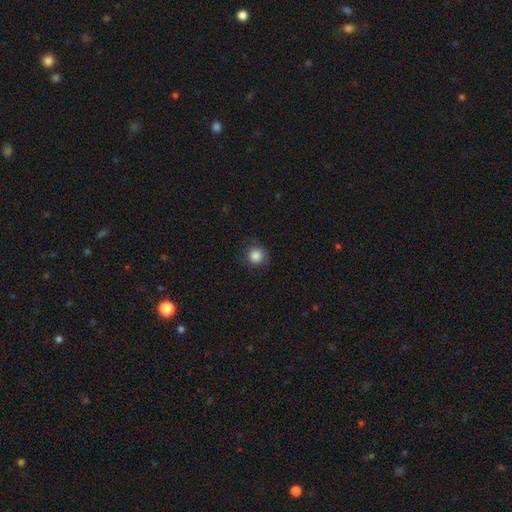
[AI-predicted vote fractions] The model was most divided on "smooth or featured": smooth: 86%, star or artifact: 10%, featured or disk: 4%. More confident: how rounded — round (94%); merging — none (86%).